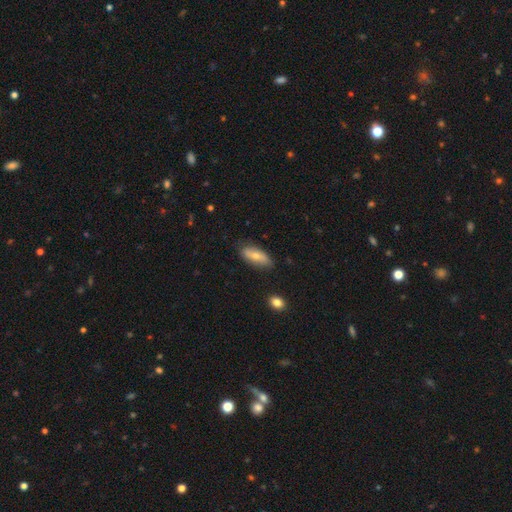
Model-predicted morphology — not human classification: smooth-or-featured: smooth: 68% | featured or disk: 25% | star or artifact: 7%
  how-rounded: in between: 76% | cigar-shaped: 21% | round: 3%
  merging: none: 77% | minor disturbance: 18% | major disturbance: 3% | merger: 2%